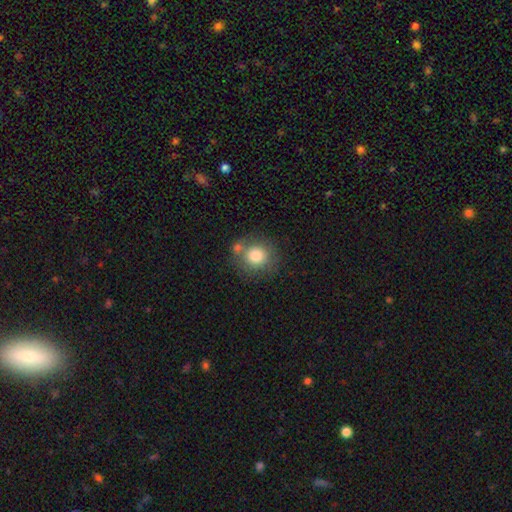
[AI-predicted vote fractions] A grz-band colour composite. It shows a smooth galaxy with no disk features (79%) that is round (88%). Merging: none (67%).